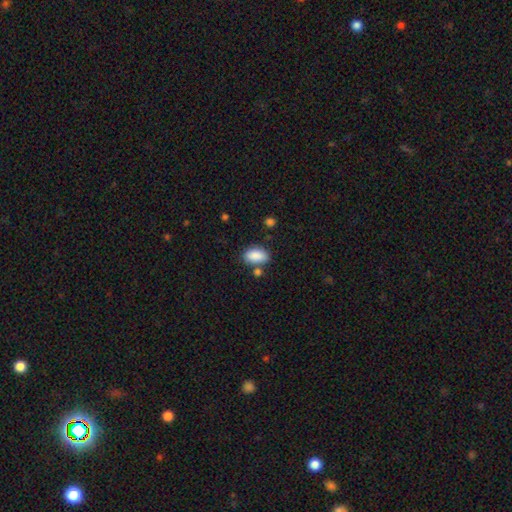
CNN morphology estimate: This is clearly a smooth galaxy (88%). How rounded: clearly in between (91%). Merging: likely none (69%).